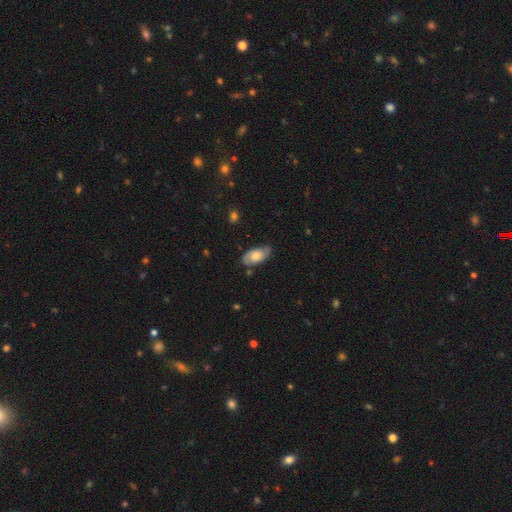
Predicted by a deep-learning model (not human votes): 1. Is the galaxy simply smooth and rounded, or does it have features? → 58% smooth, 35% featured or disk, 7% star or artifact.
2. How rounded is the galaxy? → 92% in between, 5% cigar-shaped, 3% round.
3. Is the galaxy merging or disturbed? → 72% none, 21% minor disturbance, 4% major disturbance, 2% merger.